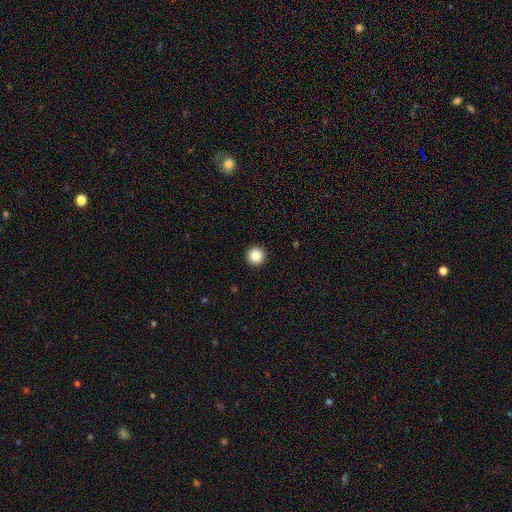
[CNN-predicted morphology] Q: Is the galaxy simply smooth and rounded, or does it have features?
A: smooth — 87%.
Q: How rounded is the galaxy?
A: round — 96%.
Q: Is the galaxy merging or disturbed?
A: none — 94%.